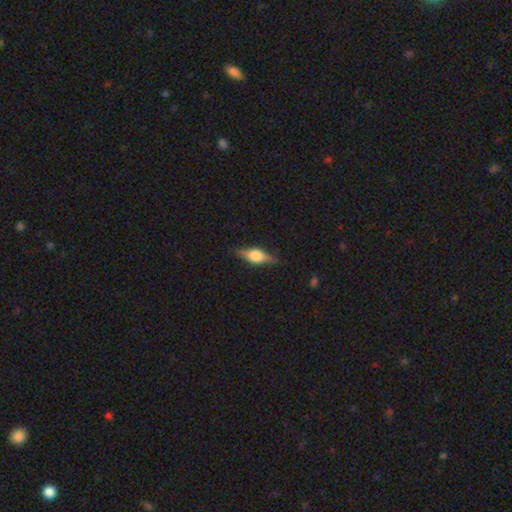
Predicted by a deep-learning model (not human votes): Smooth or featured? Predicted: featured or disk (p=0.67). Edge-on disk? Predicted: yes (p=0.96). Edge-on bulge? Predicted: rounded (p=0.89). Merging? Predicted: none (p=0.85).